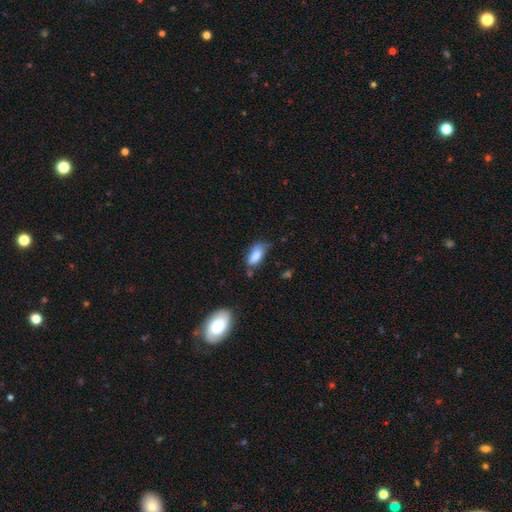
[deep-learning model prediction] Q: Smooth or featured?
A: smooth (83%); runner-up: featured or disk (10%)
Q: How rounded?
A: in between (88%); runner-up: cigar-shaped (9%)
Q: Merging?
A: none (50%); runner-up: minor disturbance (35%)